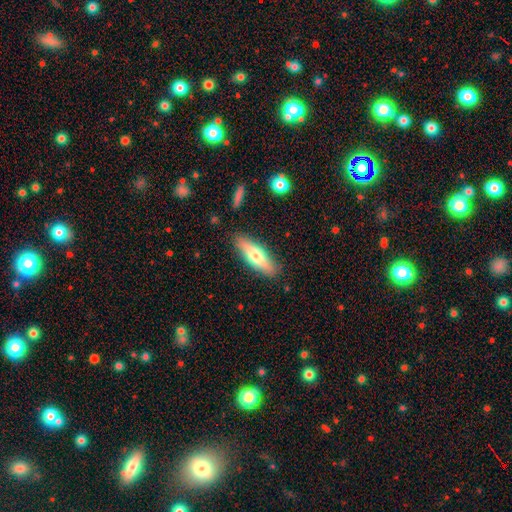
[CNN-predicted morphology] smooth-or-featured: smooth: 62% | featured or disk: 33% | star or artifact: 6%
  how-rounded: cigar-shaped: 56% | in between: 42% | round: 2%
  merging: none: 87% | minor disturbance: 10% | major disturbance: 2% | merger: 2%